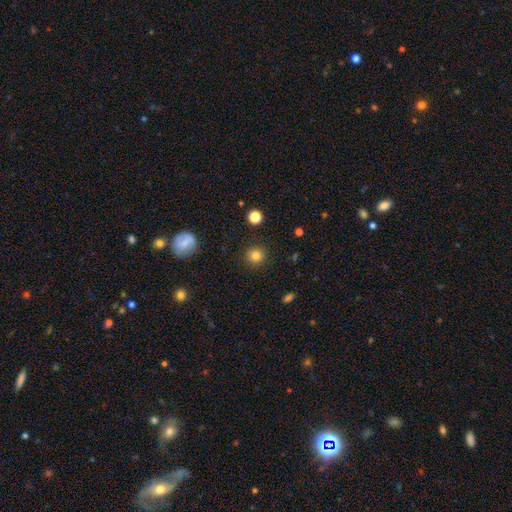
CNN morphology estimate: type=smooth (83%); roundness=round (93%); merging=none (91%).